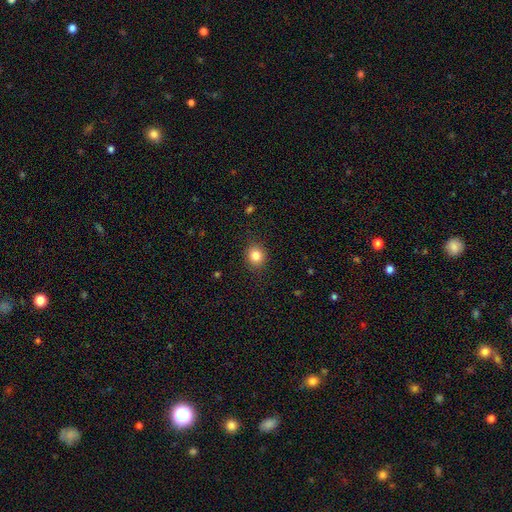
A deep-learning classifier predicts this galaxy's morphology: A smooth galaxy with no disk features (84%) that is round (81%). Merging: none (88%).